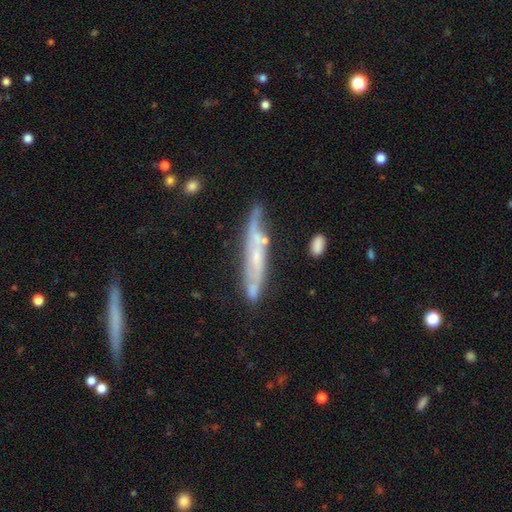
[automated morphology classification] Overall: featured or disk (68%). Edge-on disk: yes (58%; no 42%). Merging: none (59%; minor disturbance 24%).